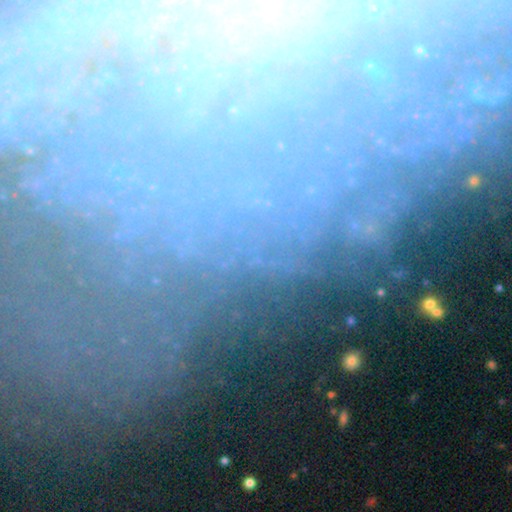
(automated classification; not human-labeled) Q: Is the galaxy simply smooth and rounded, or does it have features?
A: star or artifact — 46%.